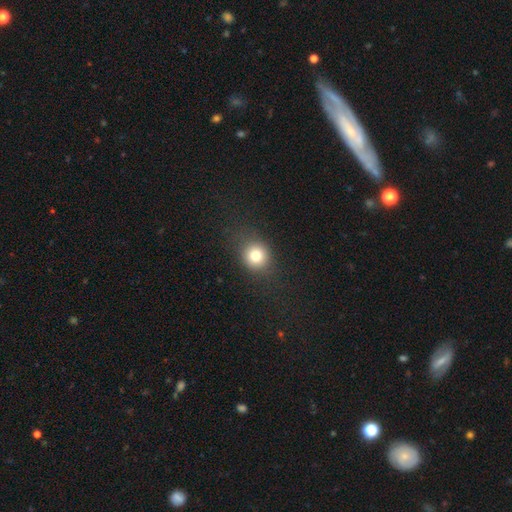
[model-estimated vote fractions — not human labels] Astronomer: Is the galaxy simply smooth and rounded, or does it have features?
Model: smooth — 79%.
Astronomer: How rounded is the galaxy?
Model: round — 83%.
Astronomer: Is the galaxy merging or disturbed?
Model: none — 82%.